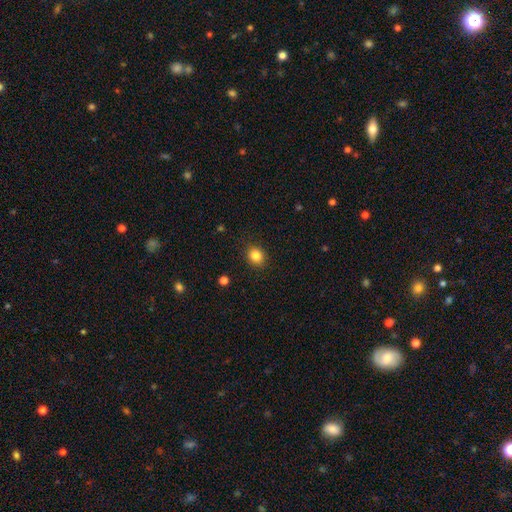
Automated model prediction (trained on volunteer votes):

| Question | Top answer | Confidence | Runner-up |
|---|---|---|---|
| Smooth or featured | smooth | 84% | star or artifact (11%) |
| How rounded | round | 72% | in between (28%) |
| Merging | none | 89% | minor disturbance (8%) |